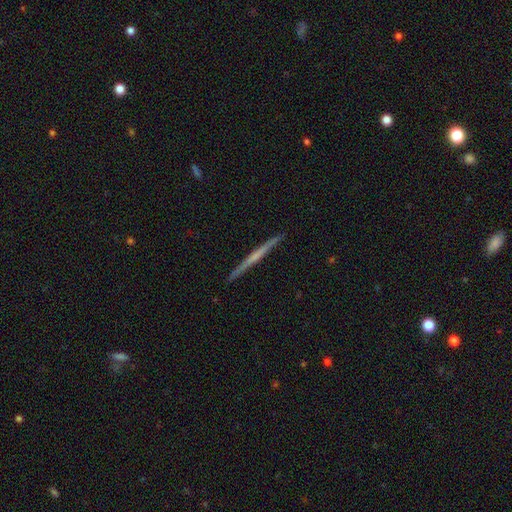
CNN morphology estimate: Smooth or featured? featured or disk (63%)
Edge-on disk? yes (98%)
Edge-on bulge? none (73%)
Merging? none (92%)